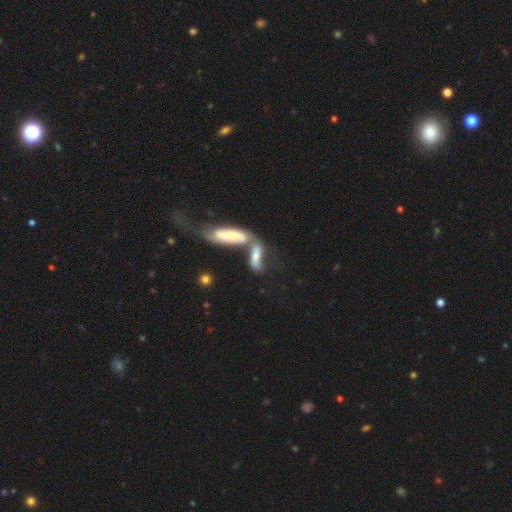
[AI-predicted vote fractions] Overall: smooth (54%; featured or disk 38%). How rounded: in between (51%; cigar-shaped 46%). Merging: merger (70%).